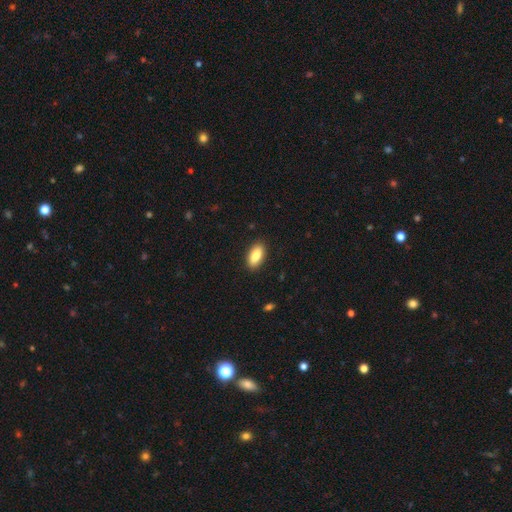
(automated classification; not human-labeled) Smooth or featured?
  - smooth: 87% *
  - featured or disk: 7%
  - star or artifact: 7%
How rounded?
  - in between: 90% *
  - cigar-shaped: 7%
  - round: 3%
Merging?
  - none: 89% *
  - minor disturbance: 8%
  - major disturbance: 2%
  - merger: 1%